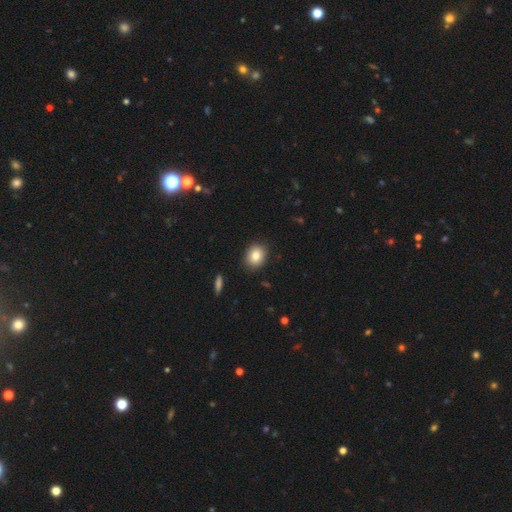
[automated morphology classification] The model was most divided on "how rounded": round: 59%, in between: 40%, cigar-shaped: 1%. More confident: merging — none (89%); smooth or featured — smooth (82%).